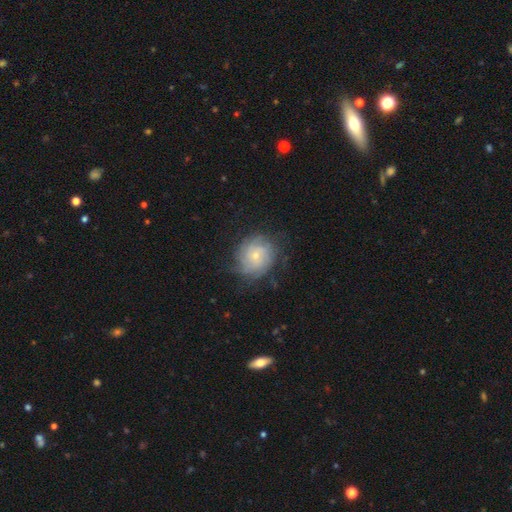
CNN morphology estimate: A featured or disk galaxy (65%) with no bar (75%), tight (64%) spiral arms (89%) and a small central bulge (72%). Merging: none (70%).